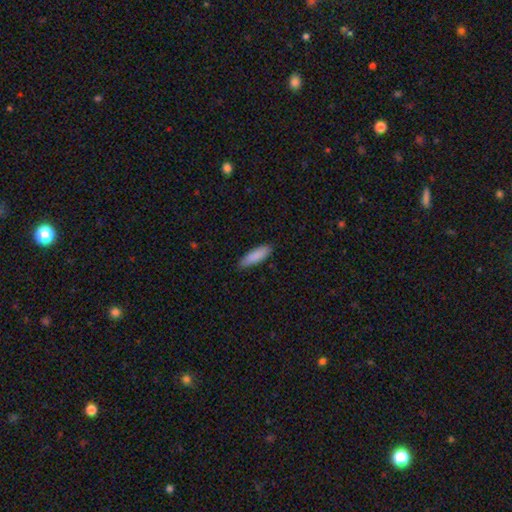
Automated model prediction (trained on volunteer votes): Smooth or featured?
  - smooth: 88% *
  - featured or disk: 6%
  - star or artifact: 6%
How rounded?
  - cigar-shaped: 55% *
  - in between: 43%
  - round: 1%
Merging?
  - none: 84% *
  - minor disturbance: 13%
  - major disturbance: 2%
  - merger: 1%